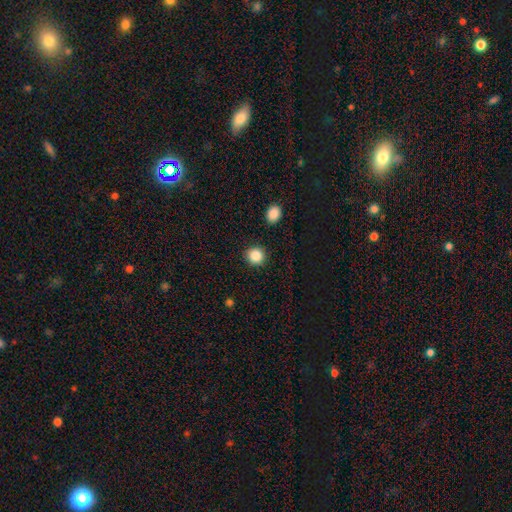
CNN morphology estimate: Smooth or featured: smooth — 87% (star or artifact — 10%)
How rounded: round — 93% (in between — 7%)
Merging: none — 90% (minor disturbance — 6%)